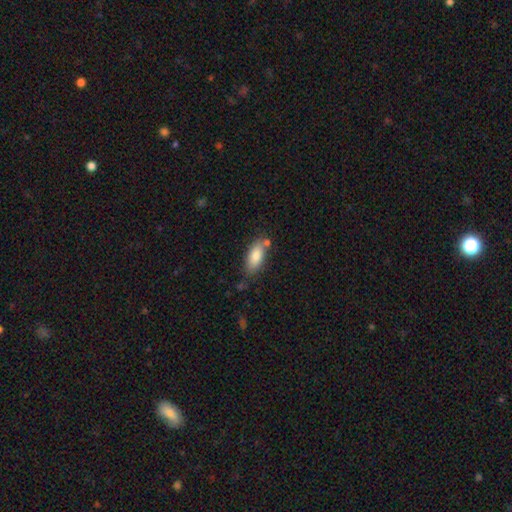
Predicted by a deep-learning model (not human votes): smooth-or-featured: smooth: 82% | featured or disk: 11% | star or artifact: 7%
  how-rounded: in between: 82% | cigar-shaped: 16% | round: 2%
  merging: none: 70% | minor disturbance: 17% | merger: 9% | major disturbance: 4%